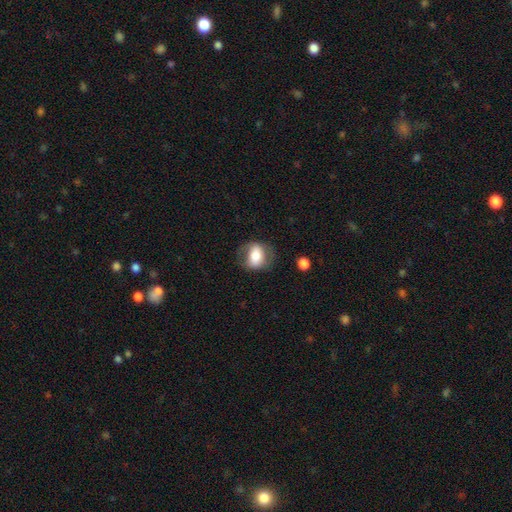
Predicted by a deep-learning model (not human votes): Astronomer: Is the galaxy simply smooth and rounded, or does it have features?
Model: smooth — 63%.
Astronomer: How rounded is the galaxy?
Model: in between — 66%.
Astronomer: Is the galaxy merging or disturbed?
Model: none — 67%.